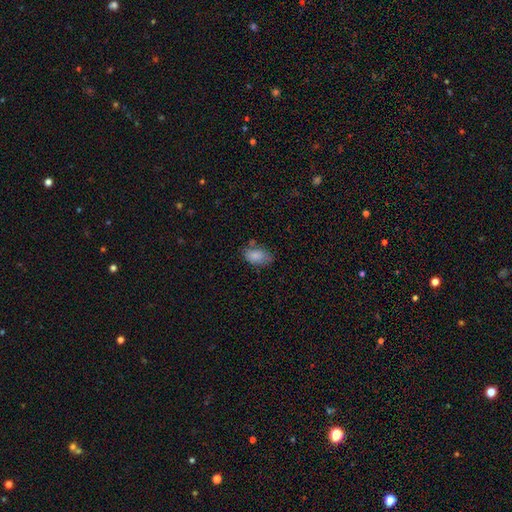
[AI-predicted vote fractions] This is clearly a smooth galaxy (83%). How rounded: clearly in between (91%). Merging: likely none (64%).